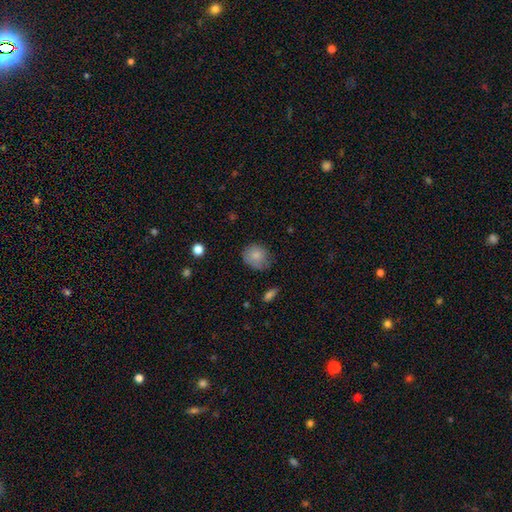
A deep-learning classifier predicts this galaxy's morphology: type=smooth (81%); roundness=round (72%); merging=none (66%).